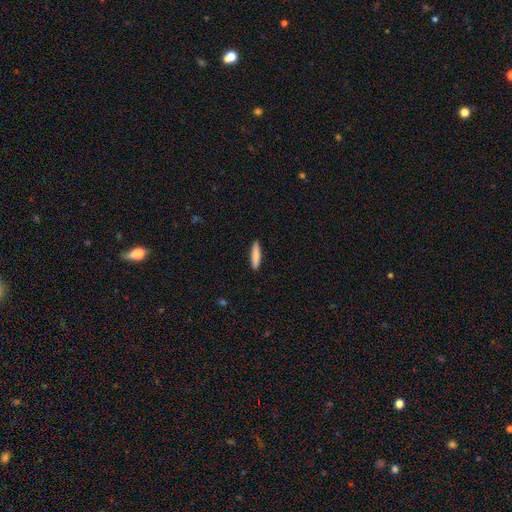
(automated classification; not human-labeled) Smooth or featured?
  - smooth: 83% *
  - featured or disk: 11%
  - star or artifact: 6%
How rounded?
  - cigar-shaped: 85% *
  - in between: 14%
  - round: 1%
Merging?
  - none: 90% *
  - minor disturbance: 7%
  - major disturbance: 2%
  - merger: 1%